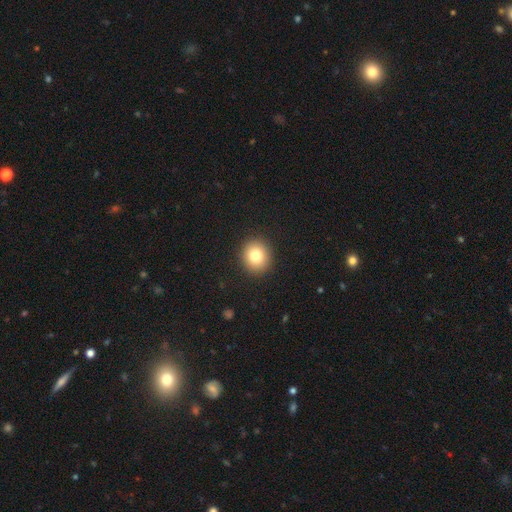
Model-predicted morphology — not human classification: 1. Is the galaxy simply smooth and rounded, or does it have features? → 80% smooth, 11% star or artifact, 9% featured or disk.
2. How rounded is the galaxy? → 88% round, 11% in between, 1% cigar-shaped.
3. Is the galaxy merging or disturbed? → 92% none, 5% minor disturbance, 2% major disturbance, 1% merger.